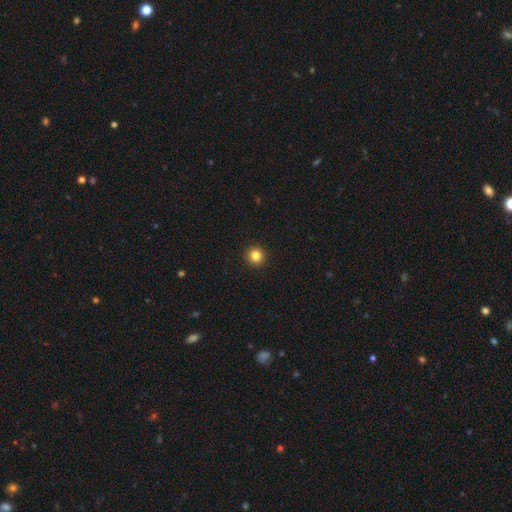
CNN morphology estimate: This is clearly a smooth galaxy (83%). How rounded: clearly round (95%). Merging: clearly none (94%).